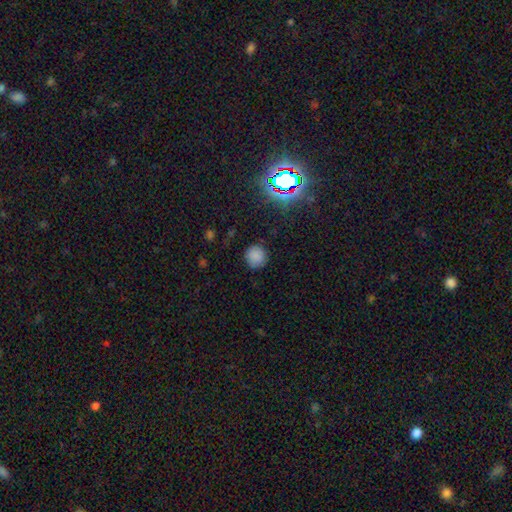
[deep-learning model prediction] This appears to be a smooth galaxy with no disk features (81%) that is round (91%). Merging: none (85%).